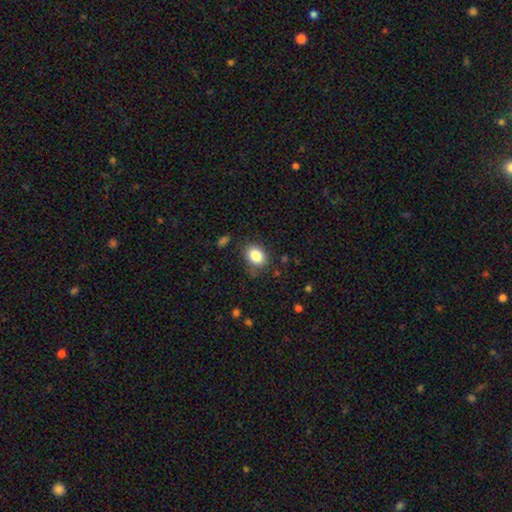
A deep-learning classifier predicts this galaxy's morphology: Overall: smooth (85%). How rounded: in between (62%; round 37%). Merging: none (79%).